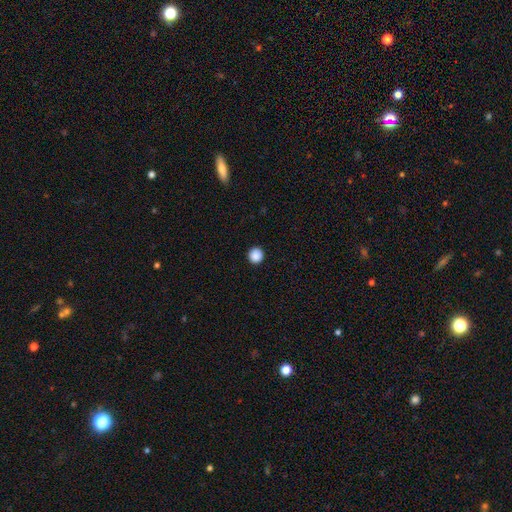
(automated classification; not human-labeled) A smooth galaxy with no disk features (89%) that is round (94%). Merging: none (93%).